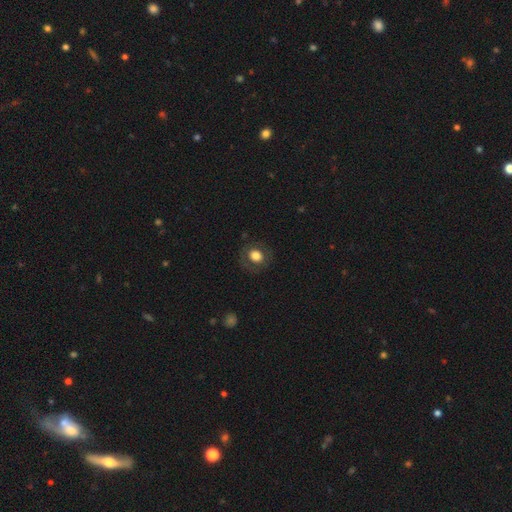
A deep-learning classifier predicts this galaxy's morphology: Smooth or featured?
  - smooth: 72% *
  - featured or disk: 19%
  - star or artifact: 10%
How rounded?
  - round: 72% *
  - in between: 27%
  - cigar-shaped: 1%
Merging?
  - none: 81% *
  - minor disturbance: 11%
  - major disturbance: 6%
  - merger: 1%